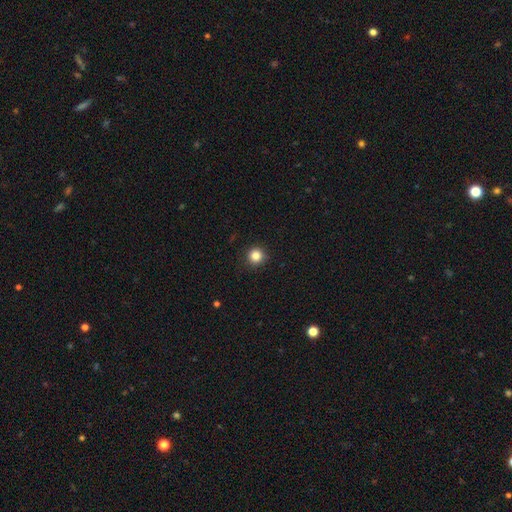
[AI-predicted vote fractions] The model was most divided on "smooth or featured": smooth: 84%, star or artifact: 12%, featured or disk: 4%. More confident: how rounded — round (94%); merging — none (91%).